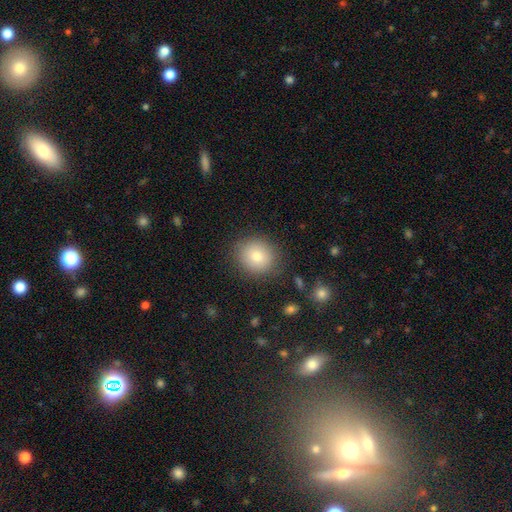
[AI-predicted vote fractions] Morphology: type=smooth (79%); roundness=round (74%); merging=none (84%).